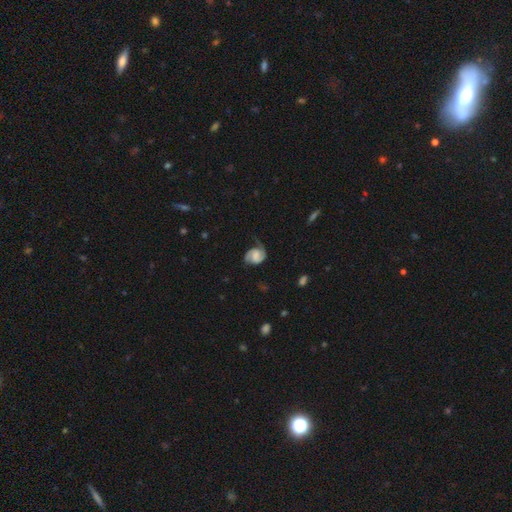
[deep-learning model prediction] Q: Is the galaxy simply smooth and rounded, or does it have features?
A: featured or disk — 77%.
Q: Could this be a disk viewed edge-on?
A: no — 98%.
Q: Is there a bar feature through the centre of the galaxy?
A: no — 43%.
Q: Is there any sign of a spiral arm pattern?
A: yes — 96%.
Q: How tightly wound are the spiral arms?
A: medium — 47%.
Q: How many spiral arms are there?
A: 2 — 83%.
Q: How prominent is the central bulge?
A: none — 41%.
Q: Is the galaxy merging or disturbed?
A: none — 61%.